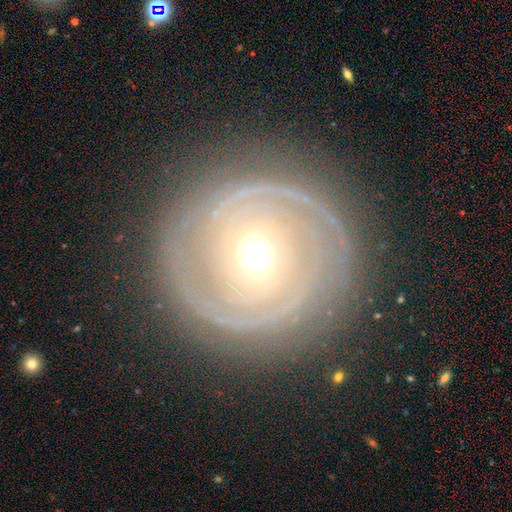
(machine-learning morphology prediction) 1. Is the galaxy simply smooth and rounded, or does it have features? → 87% featured or disk, 8% smooth, 5% star or artifact.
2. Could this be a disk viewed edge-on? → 97% no, 3% yes.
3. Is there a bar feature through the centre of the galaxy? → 71% no, 19% weak, 9% strong.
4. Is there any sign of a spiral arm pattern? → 94% yes, 6% no.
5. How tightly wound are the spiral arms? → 82% tight, 14% medium, 3% loose.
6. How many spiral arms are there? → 50% 2, 18% 3, 16% can't tell, 6% 4, 5% more than 4, 5% 1.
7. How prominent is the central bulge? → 69% moderate, 23% small, 6% large, 1% dominant, 1% none.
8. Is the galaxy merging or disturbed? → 85% none, 10% minor disturbance, 4% major disturbance, 1% merger.